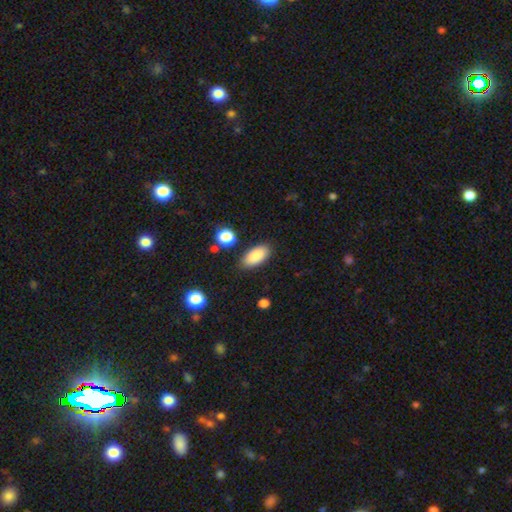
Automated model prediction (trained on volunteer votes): Smooth or featured: smooth — 87% (star or artifact — 7%)
How rounded: in between — 91% (cigar-shaped — 6%)
Merging: none — 83% (minor disturbance — 11%)